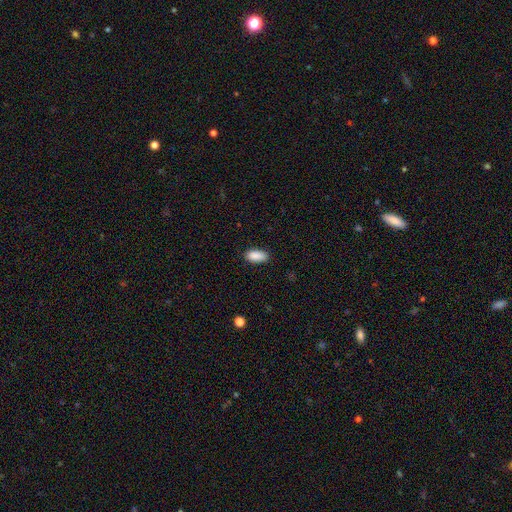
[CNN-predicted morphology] Smooth or featured? smooth (90%)
How rounded? in between (91%)
Merging? none (86%)